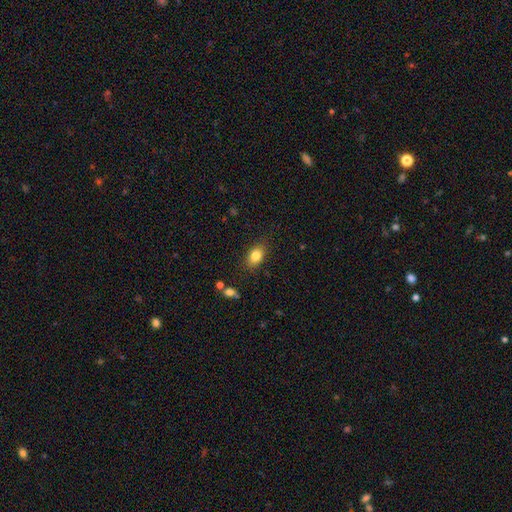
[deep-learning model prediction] Overall: smooth (83%). How rounded: in between (81%). Merging: none (84%).